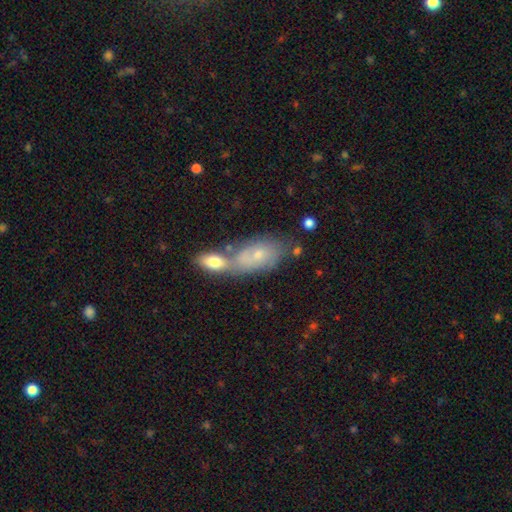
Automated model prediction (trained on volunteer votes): smooth 55%, featured or disk 36%, star or artifact 9%. Down the decision tree: how rounded — in between (88%); merging — merger (48%).